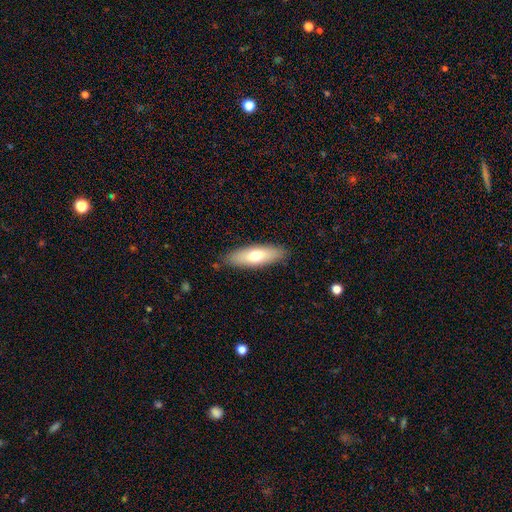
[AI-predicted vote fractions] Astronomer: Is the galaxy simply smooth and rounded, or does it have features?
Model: smooth — 66%.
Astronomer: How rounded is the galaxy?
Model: in between — 52% (runner-up: cigar-shaped, 46%).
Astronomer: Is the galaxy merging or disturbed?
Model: none — 86%.